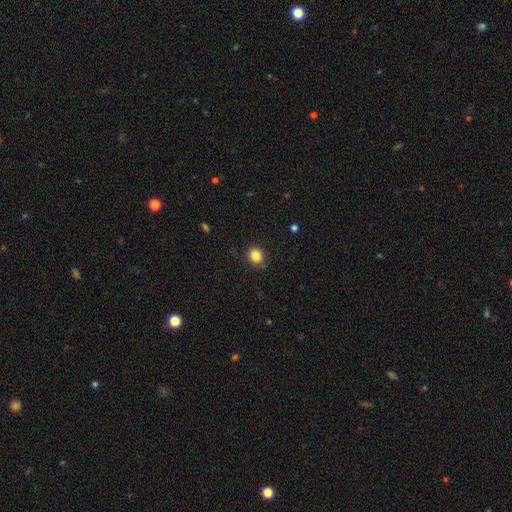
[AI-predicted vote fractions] Smooth or featured? Predicted: smooth (p=0.85). How rounded? Predicted: round (p=0.72). Merging? Predicted: none (p=0.87).